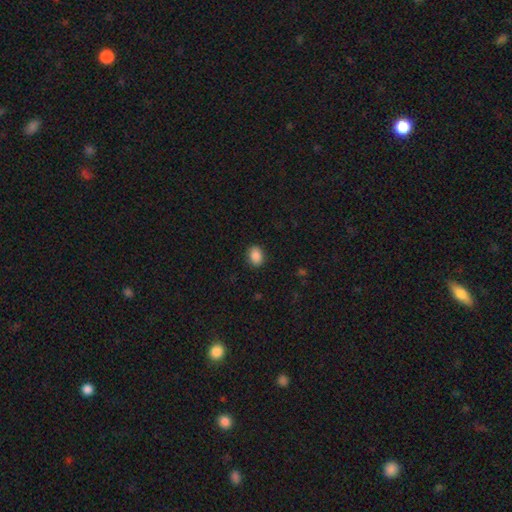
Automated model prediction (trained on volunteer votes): This appears to be a smooth galaxy with no disk features (88%) that is in between round and cigar-shaped (65%). Merging: none (89%).